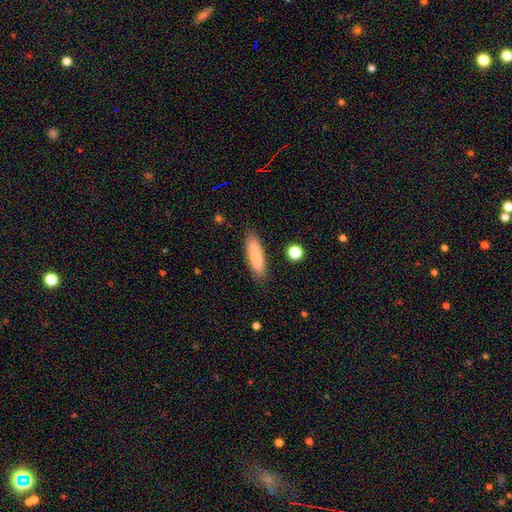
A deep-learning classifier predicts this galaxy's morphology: Overall: smooth (86%). How rounded: cigar-shaped (66%; in between 33%). Merging: none (87%).